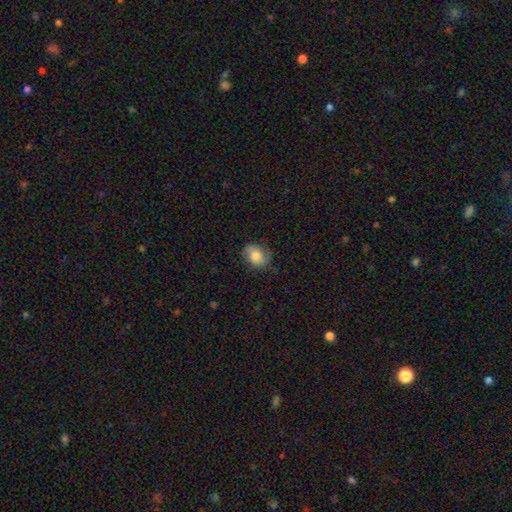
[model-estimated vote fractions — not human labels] Overall: smooth (64%; featured or disk 28%). How rounded: in between (51%; round 48%). Merging: none (71%).